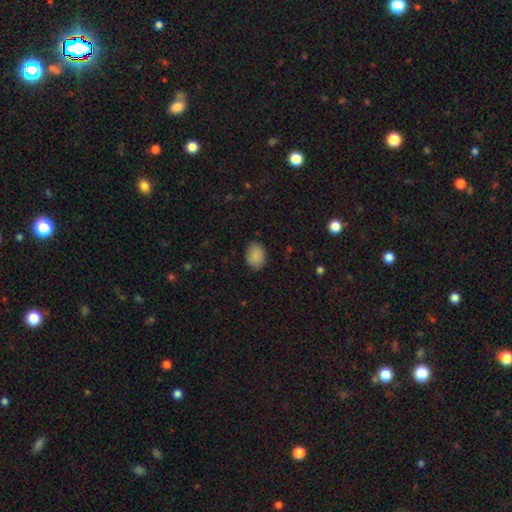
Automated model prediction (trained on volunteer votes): Morphology: type=smooth (88%); roundness=in between (69%); merging=none (83%).